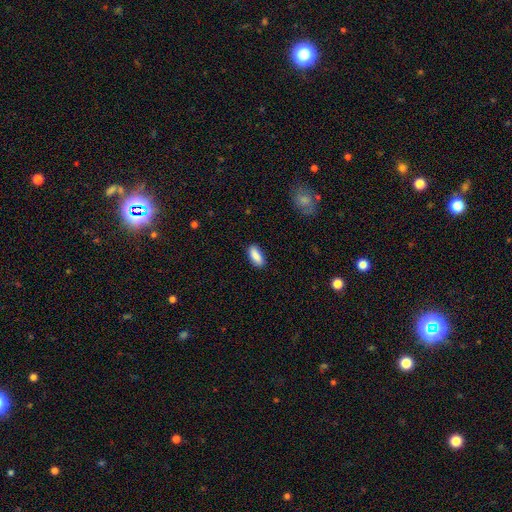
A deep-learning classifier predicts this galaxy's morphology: This appears to be a smooth galaxy with no disk features (87%) that is in between round and cigar-shaped (79%). Merging: none (85%).